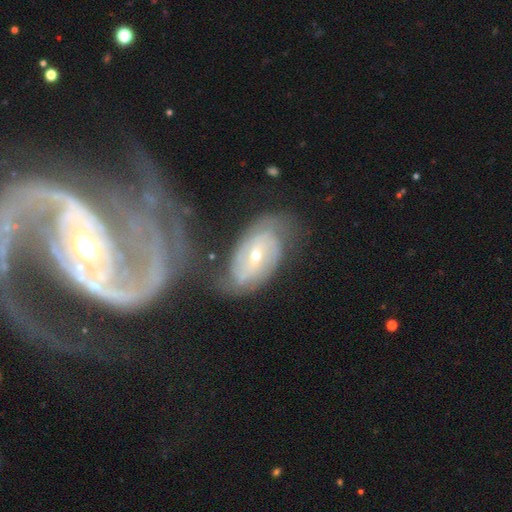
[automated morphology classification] A featured or disk galaxy (80%) with a weak bar (43%), 2 (48%) tight (55%) spiral arms (92%) and a small central bulge (56%). Merging: none (54%).